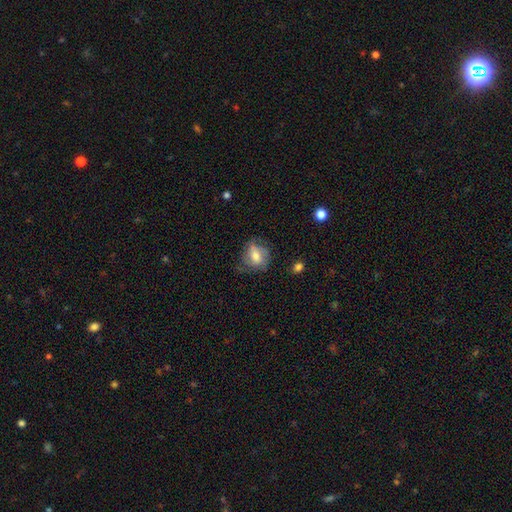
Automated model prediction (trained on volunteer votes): smooth_or_featured: smooth (p=0.56) [alt: featured or disk p=0.35]
how_rounded: round (p=0.50) [alt: in between p=0.48]
merging: none (p=0.54) [alt: minor disturbance p=0.28]